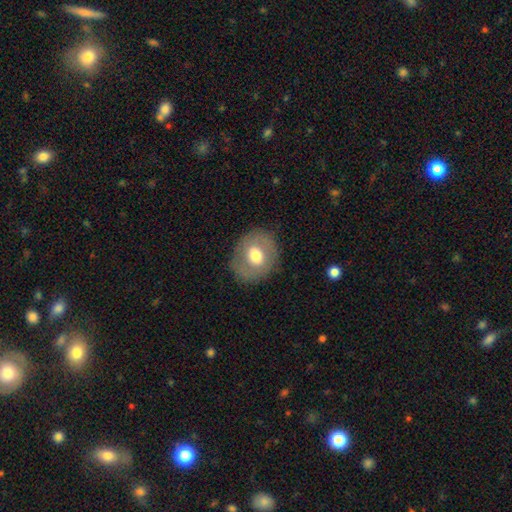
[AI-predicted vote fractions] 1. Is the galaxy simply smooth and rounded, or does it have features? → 60% smooth, 33% featured or disk, 8% star or artifact.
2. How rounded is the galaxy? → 59% round, 40% in between, 1% cigar-shaped.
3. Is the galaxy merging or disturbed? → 81% none, 13% minor disturbance, 6% major disturbance, 1% merger.